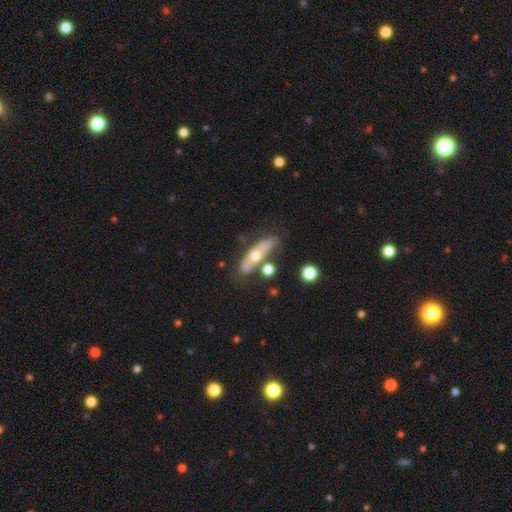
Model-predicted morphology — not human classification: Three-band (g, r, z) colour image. It shows a featured or disk galaxy (53%) viewed edge-on (55%). Merging: none (64%).